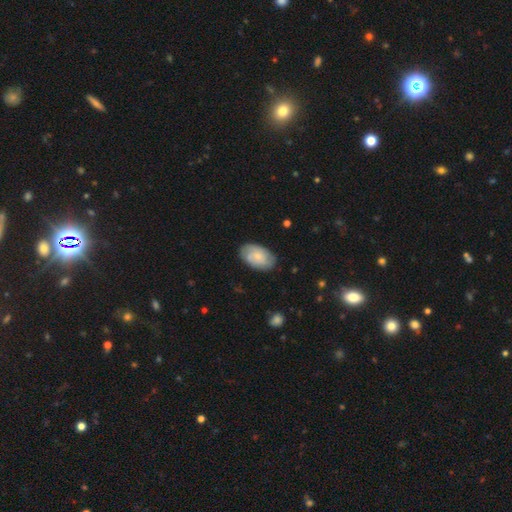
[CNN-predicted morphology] A smooth galaxy with no disk features (51%) that is in between round and cigar-shaped (92%).

Vote fractions:
- Smooth or featured? smooth: 51% / featured or disk: 43% / star or artifact: 6%
- How rounded? in between: 92% / round: 6% / cigar-shaped: 2%
- Merging? none: 79% / minor disturbance: 16% / major disturbance: 4% / merger: 1%